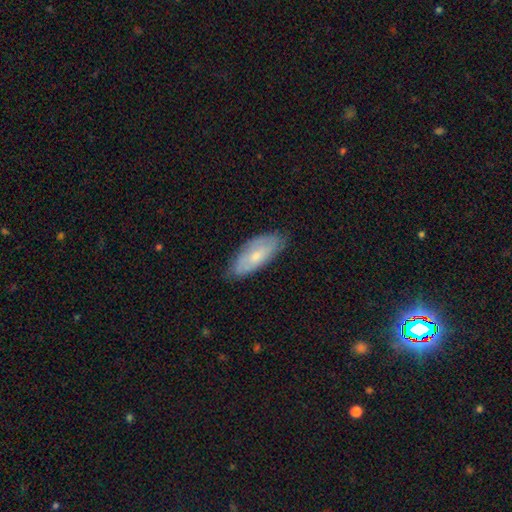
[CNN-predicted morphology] This is possibly a smooth galaxy (52%). How rounded: likely in between (78%). Merging: likely none (75%).